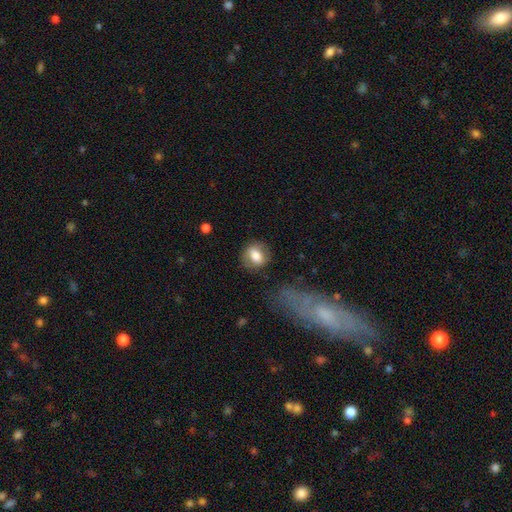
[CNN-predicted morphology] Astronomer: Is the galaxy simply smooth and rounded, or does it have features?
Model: smooth — 73%.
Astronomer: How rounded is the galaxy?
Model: round — 57% (runner-up: in between, 41%).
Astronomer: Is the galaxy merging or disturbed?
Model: none — 80%.